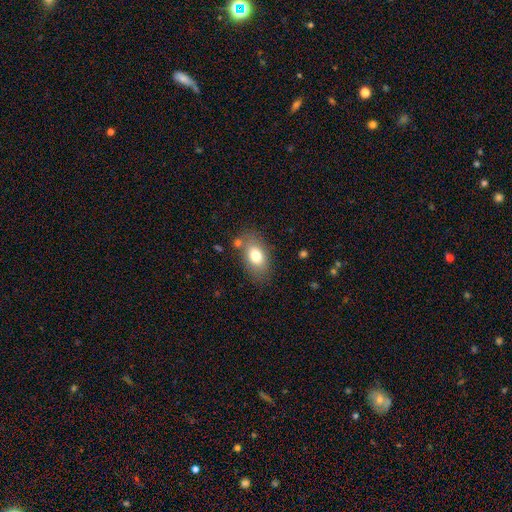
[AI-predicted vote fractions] Overall: smooth (76%). How rounded: in between (87%). Merging: none (74%).